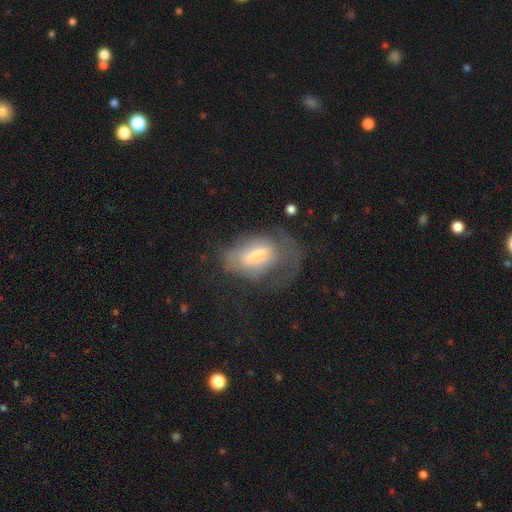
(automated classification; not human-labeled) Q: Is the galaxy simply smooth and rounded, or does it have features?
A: smooth — 49%.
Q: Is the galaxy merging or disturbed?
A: major disturbance — 47%.